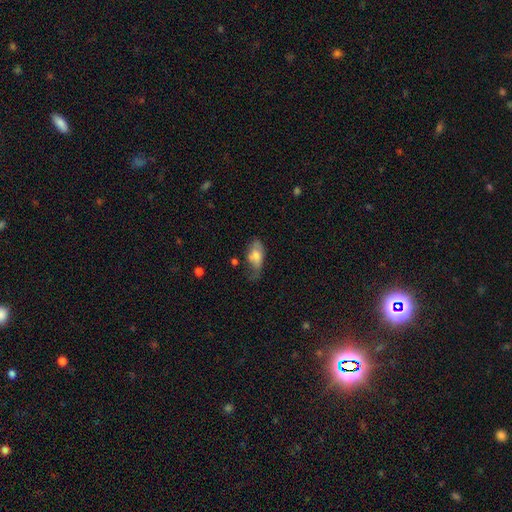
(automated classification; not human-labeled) This is likely a smooth galaxy (66%). How rounded: clearly in between (86%). Merging: marginally none (39%).